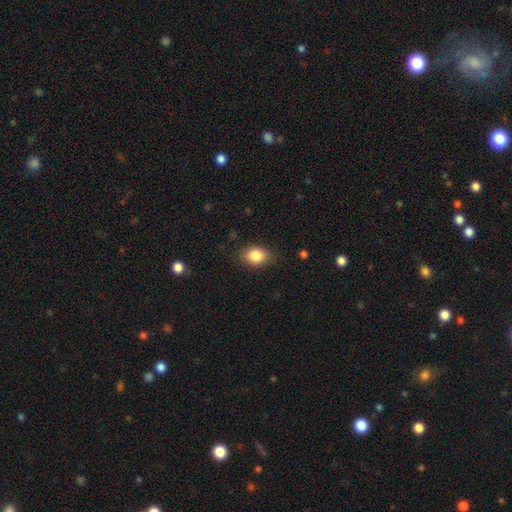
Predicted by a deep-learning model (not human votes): This appears to be a smooth galaxy with no disk features (85%) that is in between round and cigar-shaped (67%). Merging: none (83%).